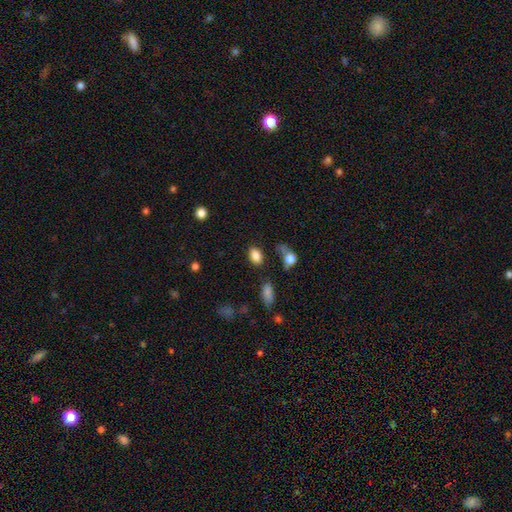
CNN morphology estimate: smooth 85%, star or artifact 9%, featured or disk 6%. Down the decision tree: how rounded — in between (83%); merging — none (72%).